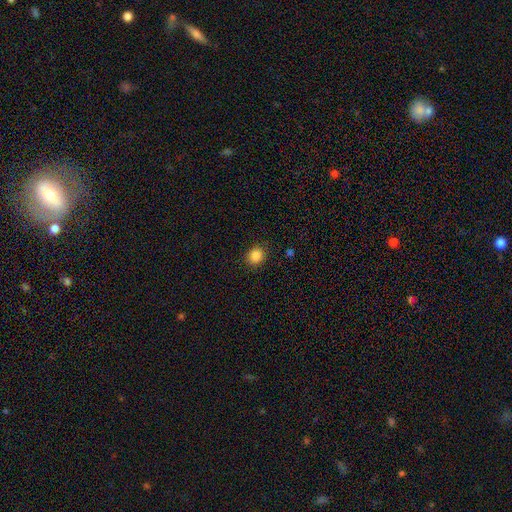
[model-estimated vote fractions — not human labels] This is clearly a smooth galaxy (86%). How rounded: likely round (78%). Merging: clearly none (87%).